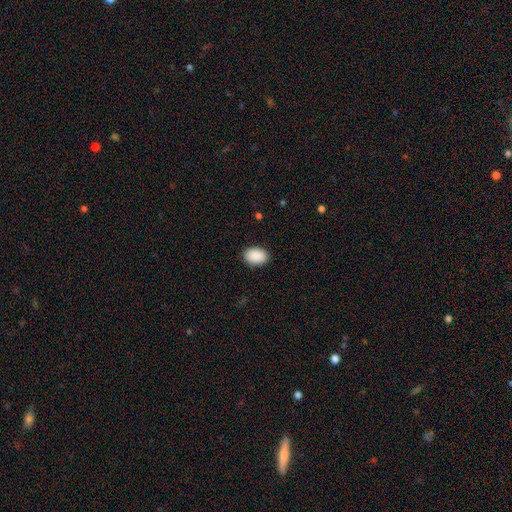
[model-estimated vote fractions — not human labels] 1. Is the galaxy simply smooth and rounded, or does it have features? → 91% smooth, 7% star or artifact, 2% featured or disk.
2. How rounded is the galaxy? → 86% in between, 13% round, 1% cigar-shaped.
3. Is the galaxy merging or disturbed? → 89% none, 8% minor disturbance, 2% major disturbance, 1% merger.